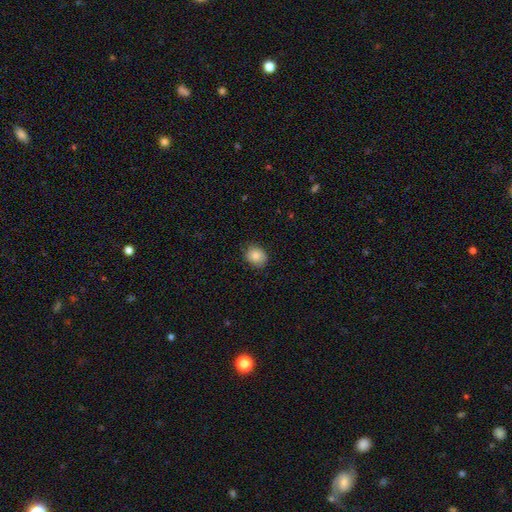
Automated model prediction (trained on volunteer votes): A smooth galaxy with no disk features (81%) that is round (60%).

Vote fractions:
- Smooth or featured? smooth: 81% / featured or disk: 10% / star or artifact: 8%
- How rounded? round: 60% / in between: 40% / cigar-shaped: 1%
- Merging? none: 80% / minor disturbance: 16% / major disturbance: 3% / merger: 1%